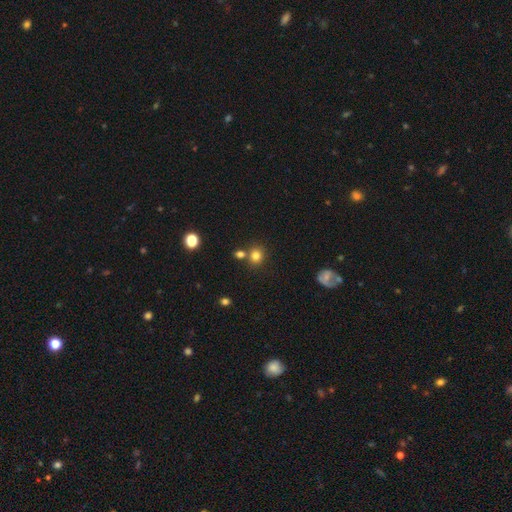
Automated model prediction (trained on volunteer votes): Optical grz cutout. It shows a smooth galaxy with no disk features (79%) that is round (81%). Merging: none (70%).